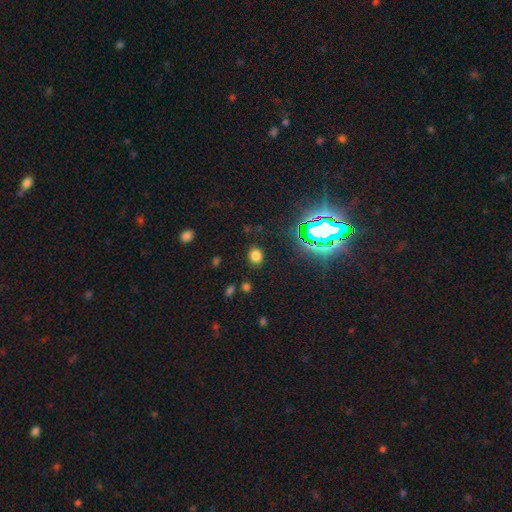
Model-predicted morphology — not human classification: A smooth galaxy with no disk features (71%) that is round (65%).

Vote fractions:
- Smooth or featured? smooth: 71% / star or artifact: 22% / featured or disk: 7%
- How rounded? round: 65% / in between: 34% / cigar-shaped: 1%
- Merging? none: 86% / minor disturbance: 9% / major disturbance: 4% / merger: 2%